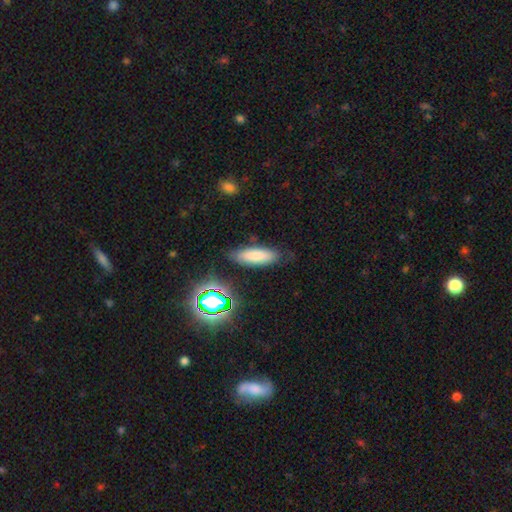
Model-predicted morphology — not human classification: This is likely a smooth galaxy (79%). How rounded: possibly in between (55%). Merging: clearly none (81%).